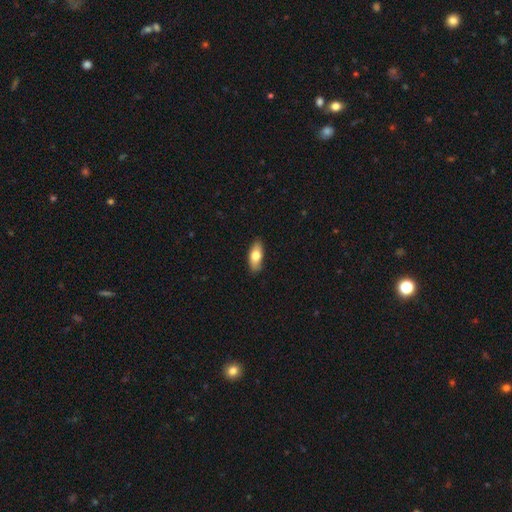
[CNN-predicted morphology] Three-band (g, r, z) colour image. It shows a smooth galaxy with no disk features (74%) that is in between round and cigar-shaped (81%). Merging: none (88%).